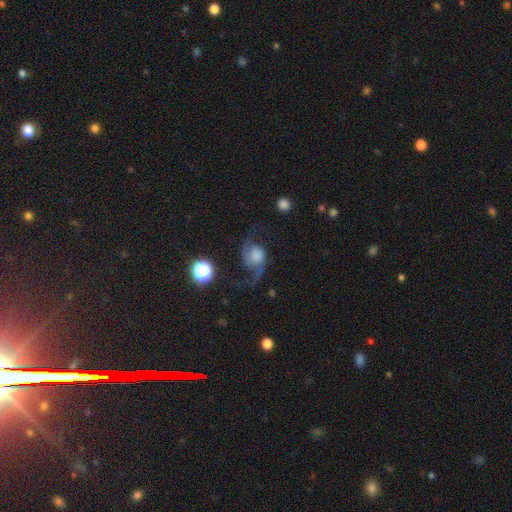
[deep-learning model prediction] Smooth or featured? Predicted: featured or disk (p=0.77). Edge-on disk? Predicted: no (p=0.97). Bar? Predicted: no (p=0.73). Spiral arms? Predicted: yes (p=0.96). Spiral winding? Predicted: loose (p=0.72). Spiral arm count? Predicted: 2 (p=0.93). Bulge size? Predicted: large (p=0.32). Merging? Predicted: none (p=0.63).